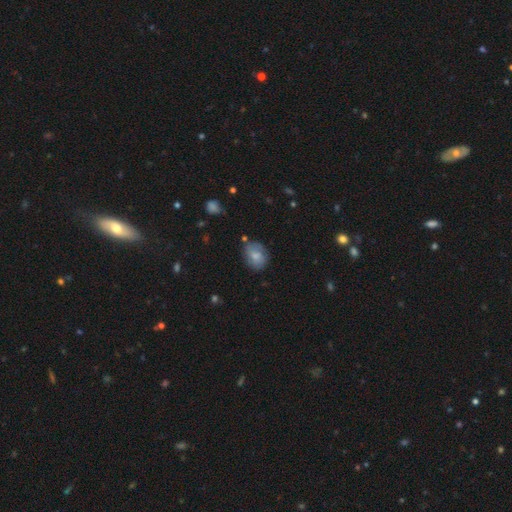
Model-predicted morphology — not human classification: type=smooth (70%); roundness=in between (61%); merging=none (71%).